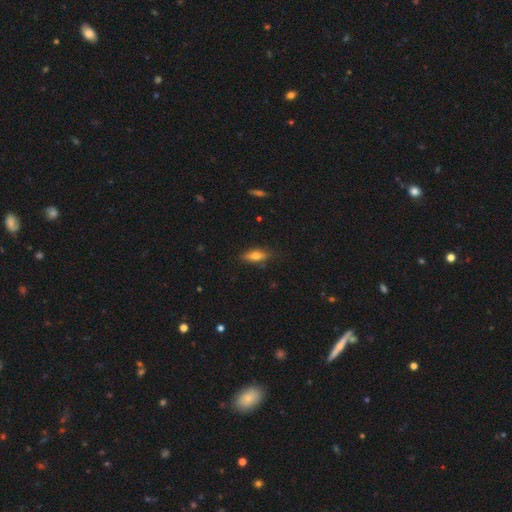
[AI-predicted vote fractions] smooth-or-featured: smooth: 68% | featured or disk: 25% | star or artifact: 8%
  how-rounded: in between: 61% | cigar-shaped: 36% | round: 3%
  merging: none: 81% | minor disturbance: 15% | major disturbance: 3% | merger: 1%